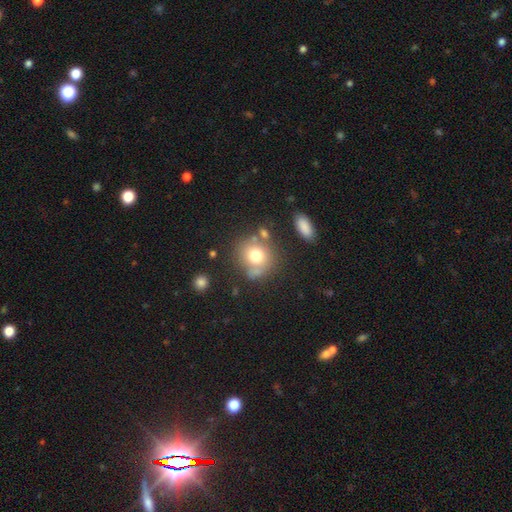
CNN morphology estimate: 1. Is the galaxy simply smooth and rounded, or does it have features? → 73% smooth, 16% featured or disk, 11% star or artifact.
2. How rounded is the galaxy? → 80% round, 19% in between, 1% cigar-shaped.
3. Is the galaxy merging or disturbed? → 61% none, 17% minor disturbance, 15% merger, 7% major disturbance.